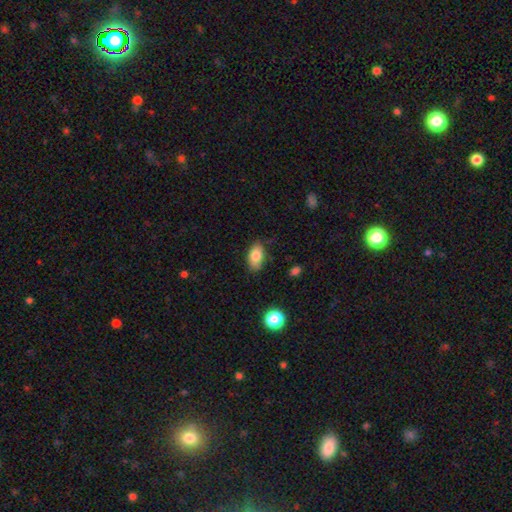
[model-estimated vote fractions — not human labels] A smooth galaxy with no disk features (82%) that is in between round and cigar-shaped (91%).

Vote fractions:
- Smooth or featured? smooth: 82% / featured or disk: 10% / star or artifact: 8%
- How rounded? in between: 91% / round: 6% / cigar-shaped: 3%
- Merging? none: 76% / minor disturbance: 19% / major disturbance: 3% / merger: 2%